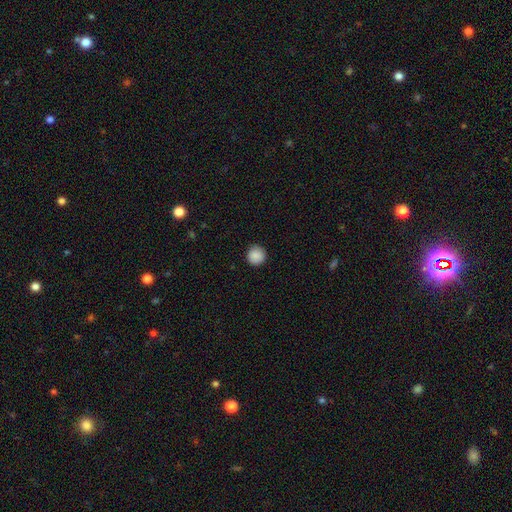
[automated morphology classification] smooth-or-featured: smooth: 89% | star or artifact: 8% | featured or disk: 3%
  how-rounded: round: 95% | in between: 4% | cigar-shaped: 1%
  merging: none: 92% | minor disturbance: 6% | major disturbance: 2% | merger: 1%